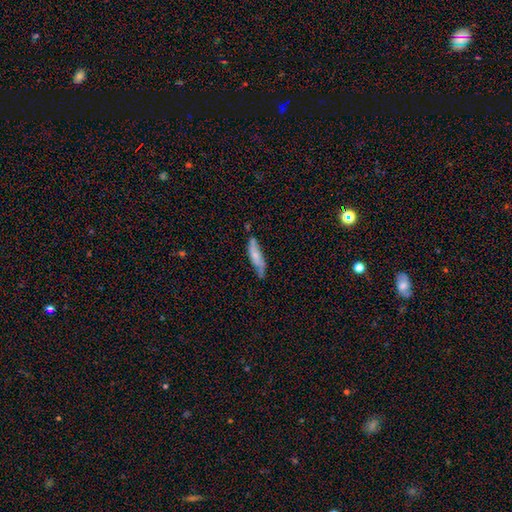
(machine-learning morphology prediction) Smooth or featured? Predicted: smooth (p=0.50). How rounded? Predicted: cigar-shaped (p=0.62). Merging? Predicted: none (p=0.58).